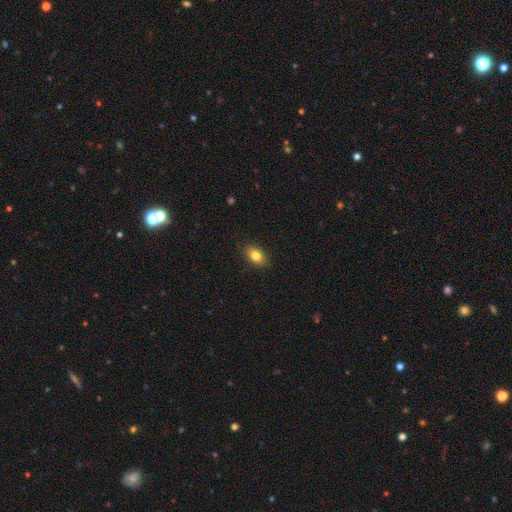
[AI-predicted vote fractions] Smooth or featured? smooth (83%)
How rounded? in between (86%)
Merging? none (87%)